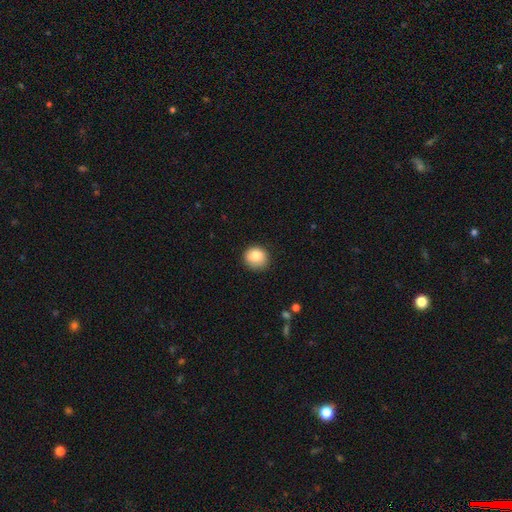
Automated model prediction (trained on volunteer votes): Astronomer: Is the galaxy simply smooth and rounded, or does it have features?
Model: smooth — 85%.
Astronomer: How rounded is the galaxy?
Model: round — 85%.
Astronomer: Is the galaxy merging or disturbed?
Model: none — 82%.